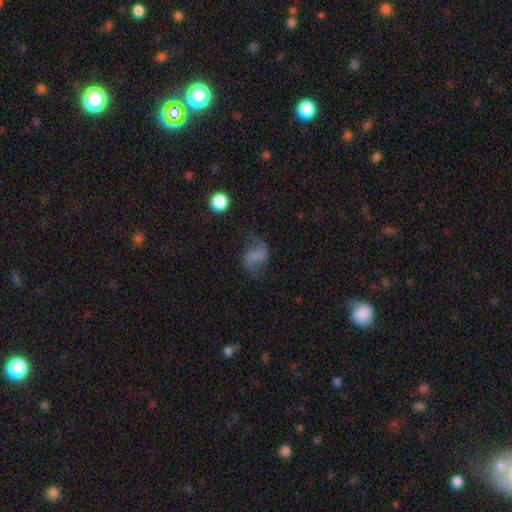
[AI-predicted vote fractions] Smooth or featured? Predicted: featured or disk (p=0.62). Edge-on disk? Predicted: no (p=0.98). Bar? Predicted: no (p=0.39). Spiral arms? Predicted: yes (p=0.86). Spiral winding? Predicted: loose (p=0.80). Spiral arm count? Predicted: 2 (p=0.89). Bulge size? Predicted: none (p=0.75). Merging? Predicted: none (p=0.62).